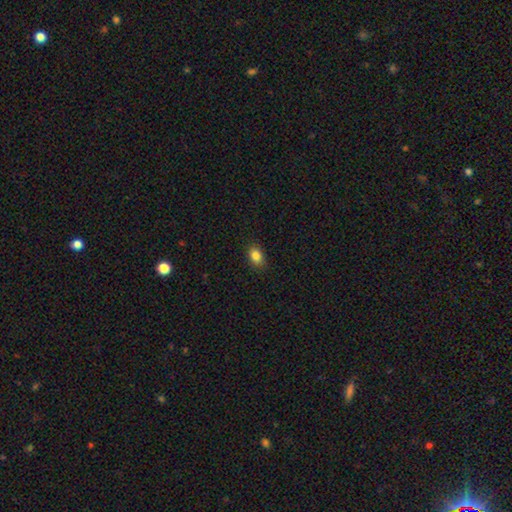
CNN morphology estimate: A smooth galaxy with no disk features (85%) that is in between round and cigar-shaped (77%). Merging: none (85%).